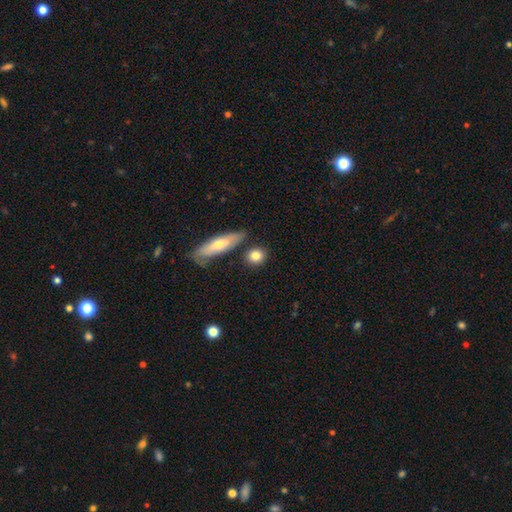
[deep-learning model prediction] Overall: smooth (81%). How rounded: round (71%). Merging: none (78%).